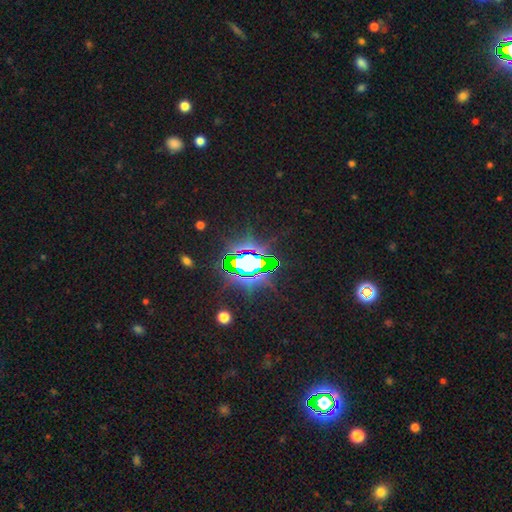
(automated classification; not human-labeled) Q: Smooth or featured?
A: star or artifact (76%); runner-up: featured or disk (13%)